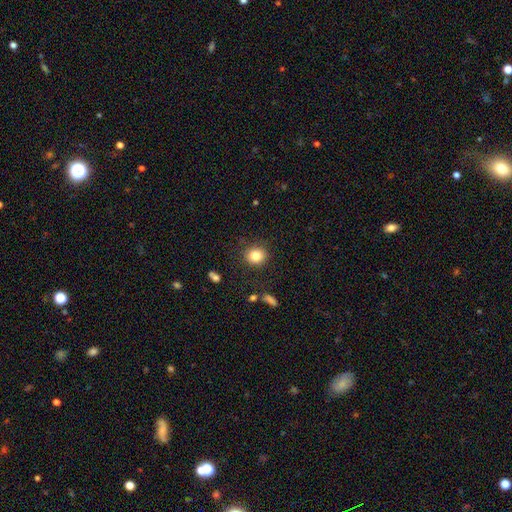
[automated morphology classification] smooth 83%, star or artifact 11%, featured or disk 6%. Down the decision tree: how rounded — round (82%); merging — none (87%).